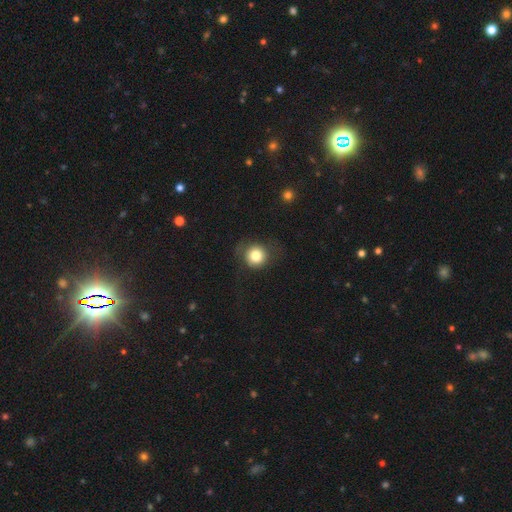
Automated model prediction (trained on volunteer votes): This is likely a smooth galaxy (78%). How rounded: clearly round (90%). Merging: likely none (72%).